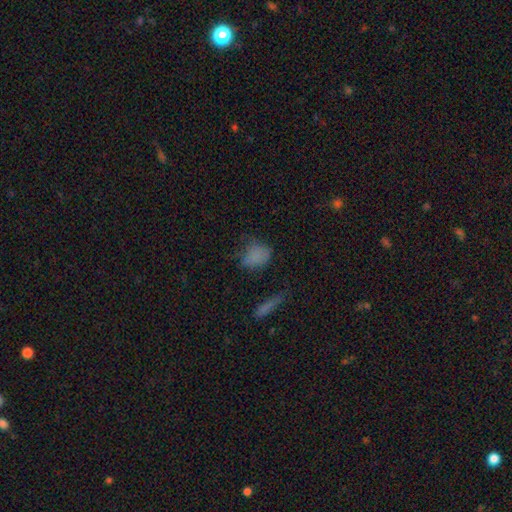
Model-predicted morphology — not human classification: type=smooth (74%); roundness=in between (57%); merging=none (49%).